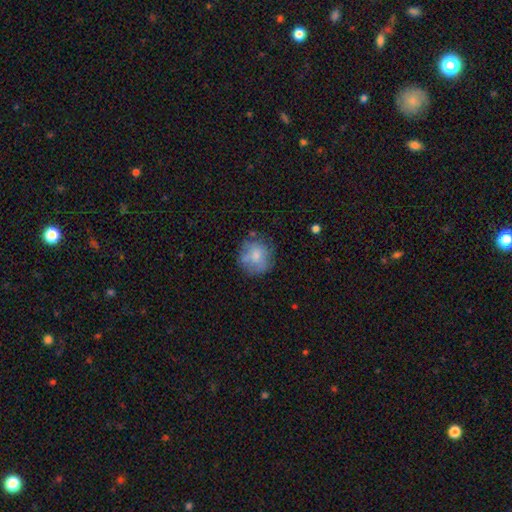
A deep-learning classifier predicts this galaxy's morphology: Overall: smooth (64%; featured or disk 28%). How rounded: round (86%). Merging: none (64%).